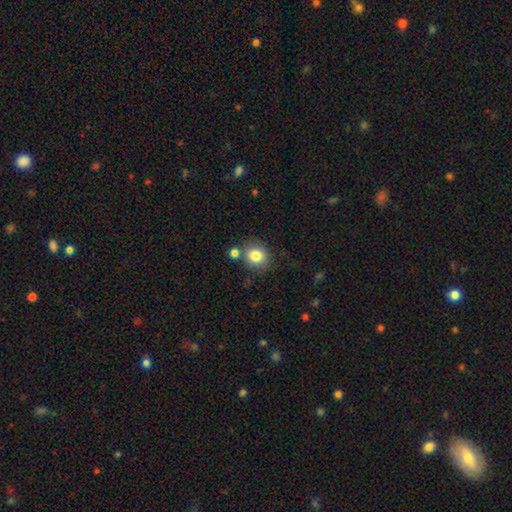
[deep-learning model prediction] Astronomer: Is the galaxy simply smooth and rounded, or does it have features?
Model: smooth — 82%.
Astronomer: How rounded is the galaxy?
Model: round — 76%.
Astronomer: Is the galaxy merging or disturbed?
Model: none — 72%.